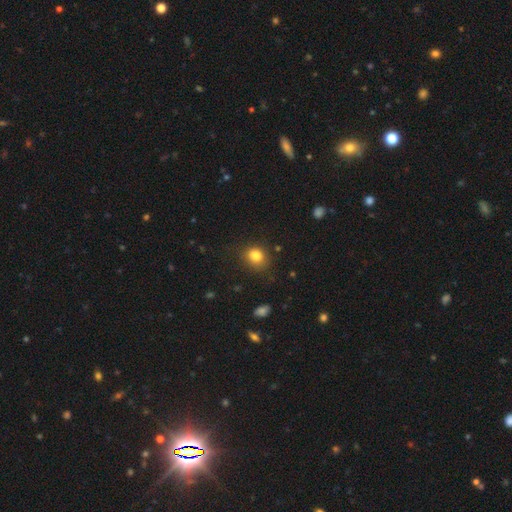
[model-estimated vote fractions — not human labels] Overall: smooth (83%). How rounded: round (54%; in between 45%). Merging: none (74%).